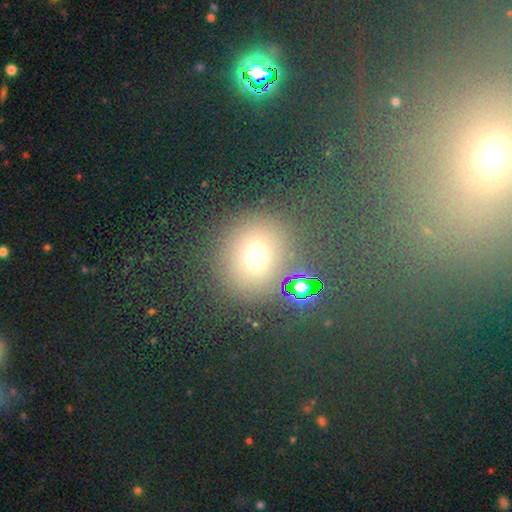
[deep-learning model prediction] This appears to be a smooth galaxy with no disk features (63%) that is round (82%). Merging: none (81%).